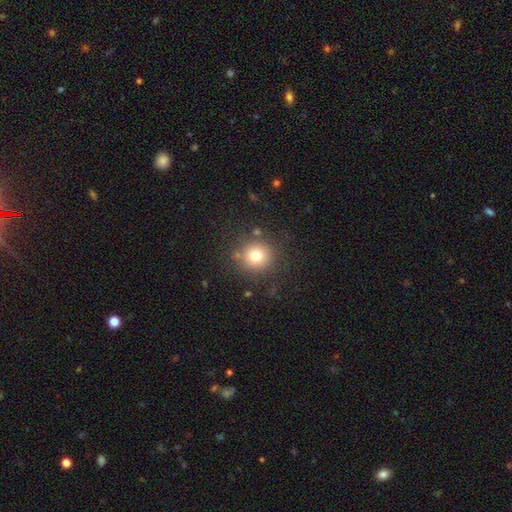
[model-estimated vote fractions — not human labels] Smooth or featured?
  - smooth: 76% *
  - star or artifact: 15%
  - featured or disk: 10%
How rounded?
  - round: 93% *
  - in between: 6%
  - cigar-shaped: 1%
Merging?
  - none: 85% *
  - minor disturbance: 8%
  - major disturbance: 4%
  - merger: 3%